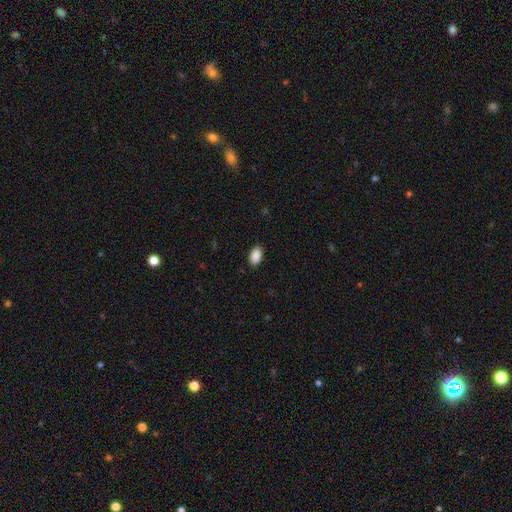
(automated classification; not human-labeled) Overall: smooth (90%). How rounded: in between (92%). Merging: none (89%).